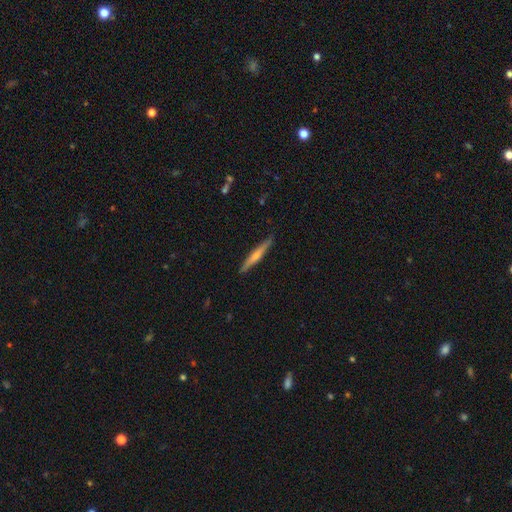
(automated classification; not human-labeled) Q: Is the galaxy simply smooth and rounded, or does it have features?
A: featured or disk — 58%.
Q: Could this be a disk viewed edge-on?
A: yes — 97%.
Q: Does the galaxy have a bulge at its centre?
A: rounded — 64%.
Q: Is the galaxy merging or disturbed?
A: none — 90%.